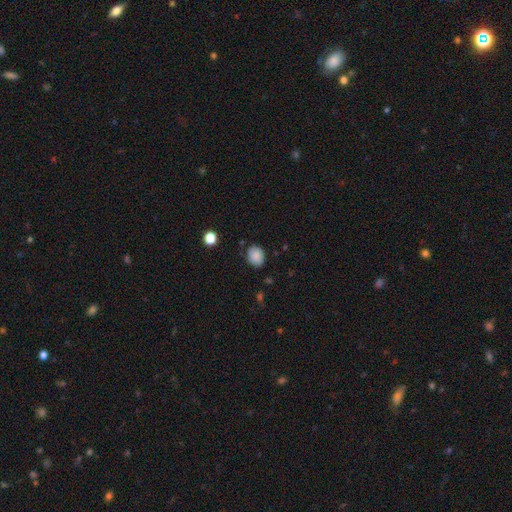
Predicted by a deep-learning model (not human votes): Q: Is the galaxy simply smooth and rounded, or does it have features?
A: smooth — 86%.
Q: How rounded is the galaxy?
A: in between — 50%.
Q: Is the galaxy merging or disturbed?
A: none — 80%.